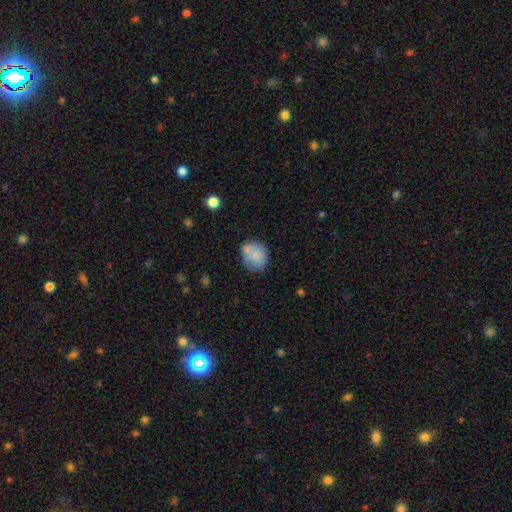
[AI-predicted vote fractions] A smooth galaxy with no disk features (77%) that is round (62%).

Vote fractions:
- Smooth or featured? smooth: 77% / featured or disk: 15% / star or artifact: 8%
- How rounded? round: 62% / in between: 37% / cigar-shaped: 1%
- Merging? none: 55% / minor disturbance: 22% / merger: 16% / major disturbance: 7%